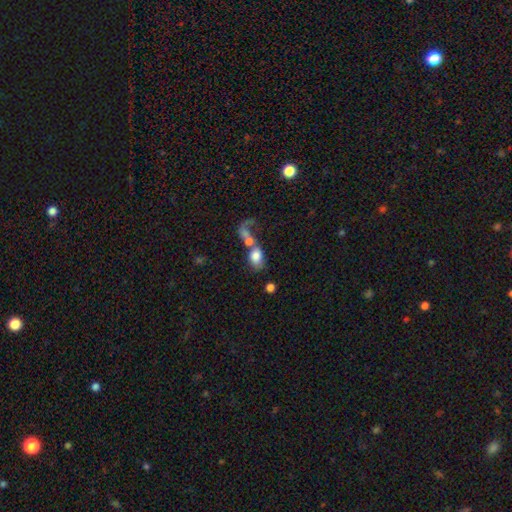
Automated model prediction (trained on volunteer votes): smooth-or-featured: smooth: 69% | featured or disk: 22% | star or artifact: 9%
  how-rounded: in between: 76% | round: 21% | cigar-shaped: 3%
  merging: merger: 62% | major disturbance: 17% | none: 15% | minor disturbance: 7%